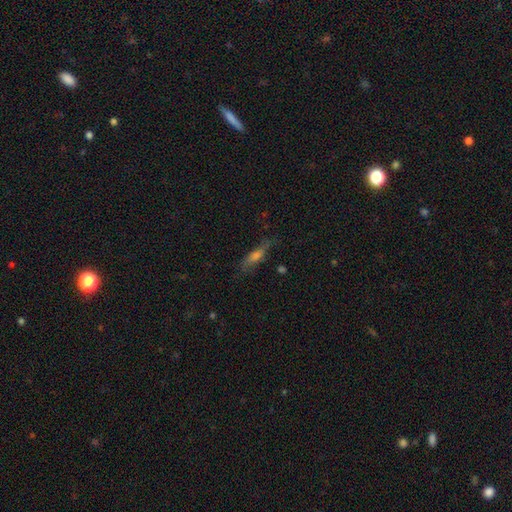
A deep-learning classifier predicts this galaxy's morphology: smooth 44%, featured or disk 41%, star or artifact 15%. Down the decision tree: merging — none (71%).